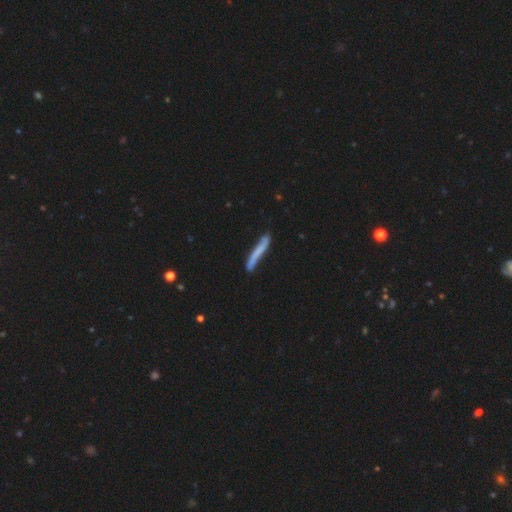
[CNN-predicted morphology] type=smooth (54%); roundness=cigar-shaped (95%); merging=none (73%).